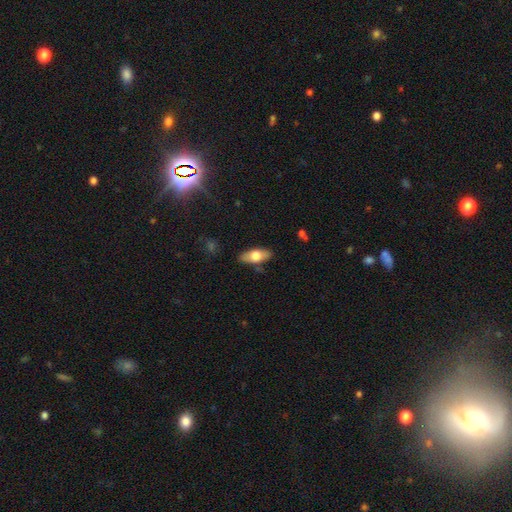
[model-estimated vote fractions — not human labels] Smooth or featured: smooth — 65% (featured or disk — 28%)
How rounded: in between — 80% (cigar-shaped — 17%)
Merging: none — 84% (minor disturbance — 12%)